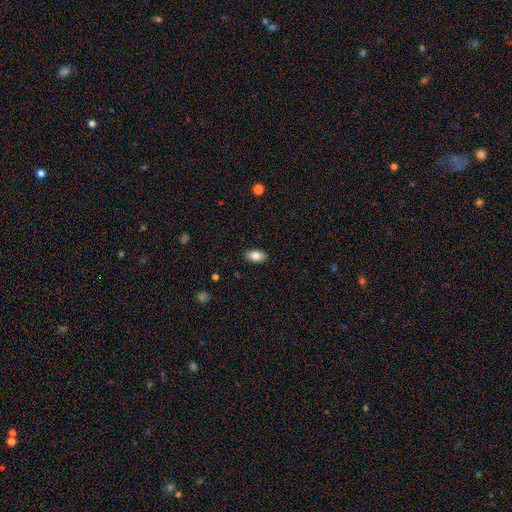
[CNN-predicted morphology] type=smooth (83%); roundness=in between (92%); merging=none (89%).